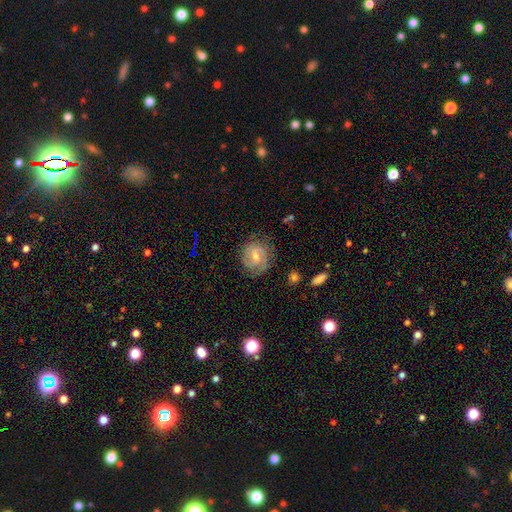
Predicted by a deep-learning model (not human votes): A featured or disk galaxy (79%) with a weak bar (47%), 2 (45%) tight (60%) spiral arms (95%) and a small central bulge (51%).

Vote fractions:
- Smooth or featured? featured or disk: 79% / smooth: 13% / star or artifact: 9%
- Edge-on disk? no: 97% / yes: 3%
- Bar? weak: 47% / no: 42% / strong: 11%
- Spiral arms? yes: 95% / no: 5%
- Spiral winding? tight: 60% / medium: 32% / loose: 8%
- Spiral arm count? 2: 45% / can't tell: 22% / 3: 19% / 1: 6% / 4: 4% / more than 4: 4%
- Bulge size? small: 51% / moderate: 45% / none: 2% / large: 2% / dominant: 1%
- Merging? none: 77% / minor disturbance: 16% / major disturbance: 6% / merger: 1%